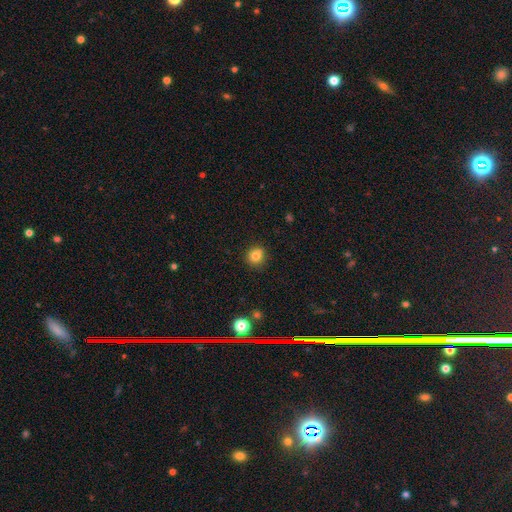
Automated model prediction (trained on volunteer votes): A smooth galaxy with no disk features (79%) that is round (86%).

Vote fractions:
- Smooth or featured? smooth: 79% / star or artifact: 12% / featured or disk: 9%
- How rounded? round: 86% / in between: 13% / cigar-shaped: 1%
- Merging? none: 73% / minor disturbance: 13% / merger: 10% / major disturbance: 3%